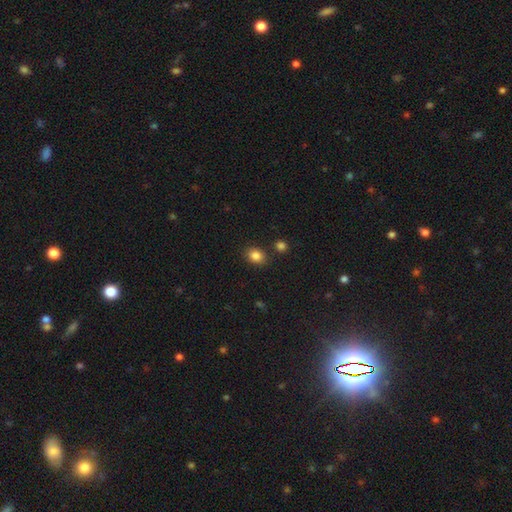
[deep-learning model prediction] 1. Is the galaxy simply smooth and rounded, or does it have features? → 85% smooth, 10% star or artifact, 5% featured or disk.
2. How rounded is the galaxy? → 57% in between, 42% round, 1% cigar-shaped.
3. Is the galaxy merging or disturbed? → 82% none, 10% minor disturbance, 5% merger, 3% major disturbance.